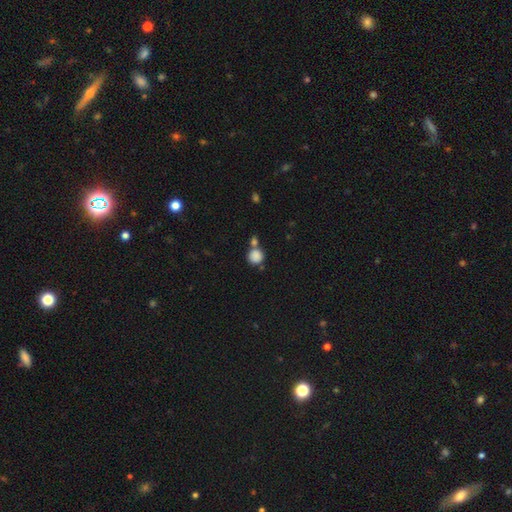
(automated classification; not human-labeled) The model was most divided on "merging": none: 54%, merger: 30%, minor disturbance: 11%, major disturbance: 4%. More confident: how rounded — round (88%); smooth or featured — smooth (85%).